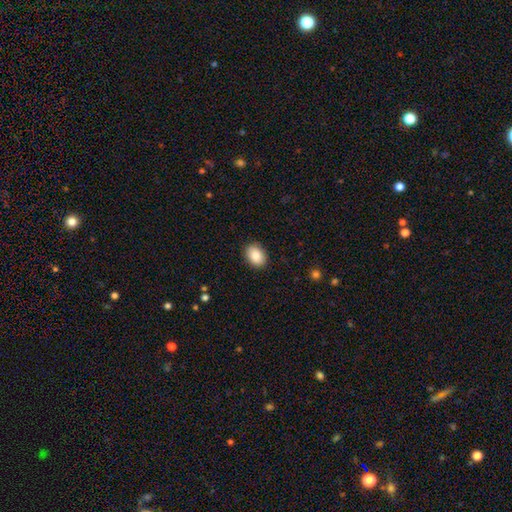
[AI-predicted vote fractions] Q: Smooth or featured?
A: smooth (88%); runner-up: star or artifact (7%)
Q: How rounded?
A: in between (74%); runner-up: round (25%)
Q: Merging?
A: none (89%); runner-up: minor disturbance (8%)